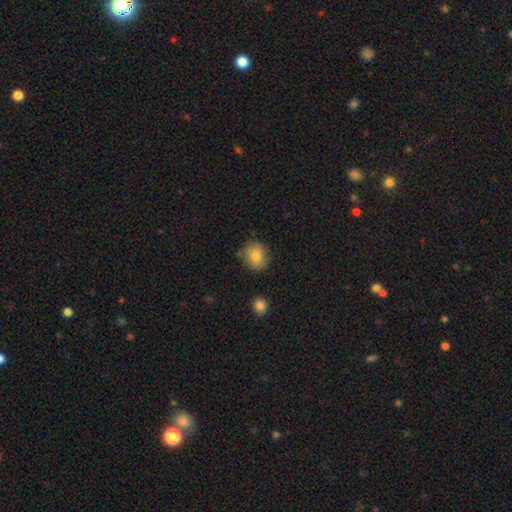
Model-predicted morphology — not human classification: This is clearly a smooth galaxy (80%). How rounded: likely round (76%). Merging: likely none (79%).